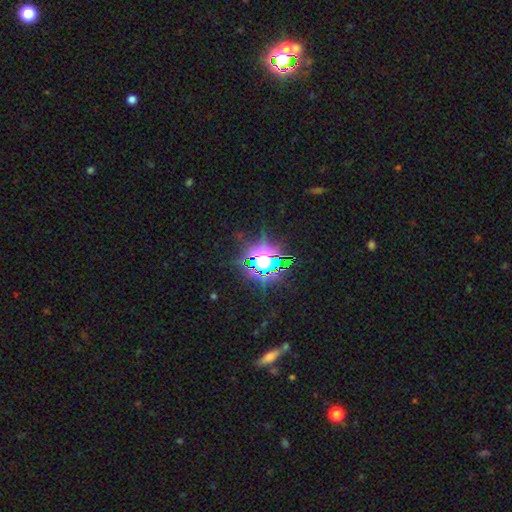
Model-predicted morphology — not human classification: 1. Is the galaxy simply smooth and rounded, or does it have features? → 79% star or artifact, 12% smooth, 9% featured or disk.